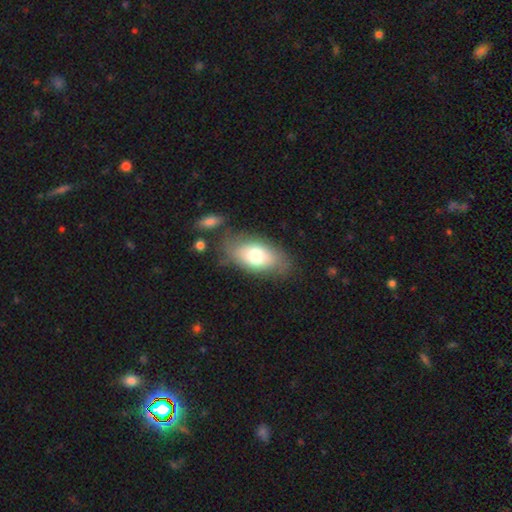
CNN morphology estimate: A smooth galaxy with no disk features (69%) that is in between round and cigar-shaped (90%).

Vote fractions:
- Smooth or featured? smooth: 69% / featured or disk: 24% / star or artifact: 7%
- How rounded? in between: 90% / round: 7% / cigar-shaped: 3%
- Merging? none: 69% / minor disturbance: 18% / major disturbance: 7% / merger: 5%